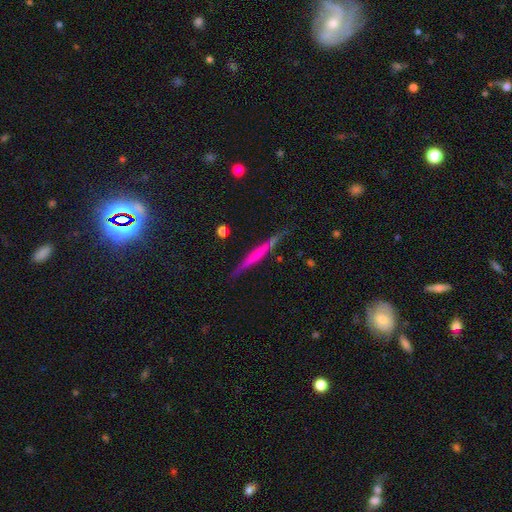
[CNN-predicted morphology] Smooth or featured: featured or disk — 56% (smooth — 36%)
Edge-on disk: yes — 96% (no — 4%)
Edge-on bulge: none — 68% (rounded — 17%)
Merging: none — 83% (minor disturbance — 12%)